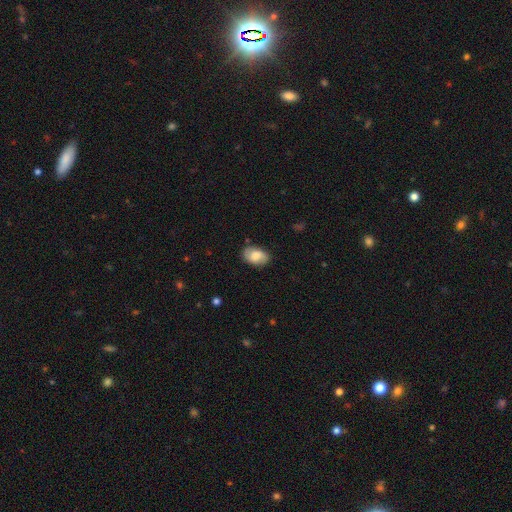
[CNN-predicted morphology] The model was most divided on "smooth or featured": smooth: 55%, featured or disk: 37%, star or artifact: 8%. More confident: how rounded — in between (89%); merging — none (79%).